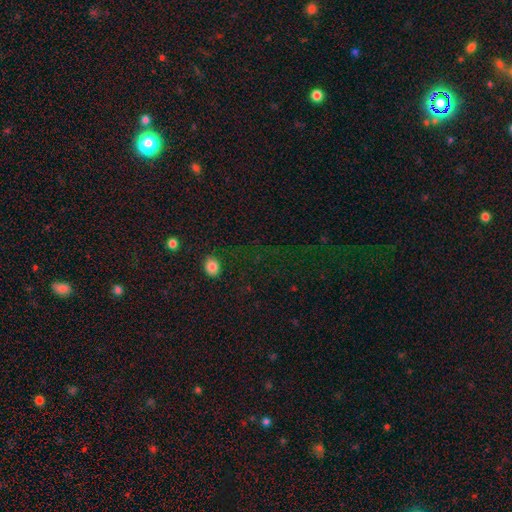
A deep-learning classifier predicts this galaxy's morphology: star or artifact 65%, smooth 25%, featured or disk 10%.